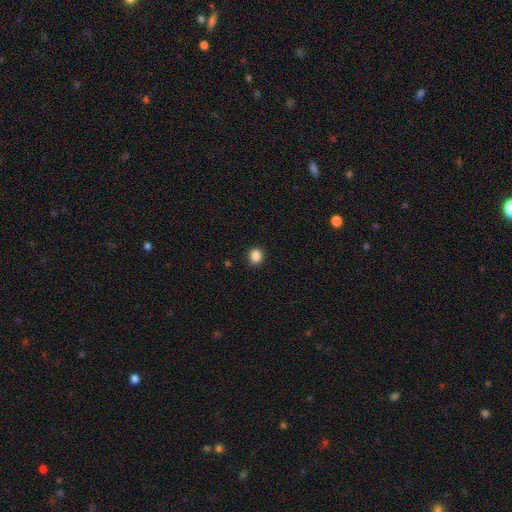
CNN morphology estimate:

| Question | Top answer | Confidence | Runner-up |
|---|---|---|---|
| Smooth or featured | smooth | 87% | star or artifact (10%) |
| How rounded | round | 67% | in between (32%) |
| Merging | none | 91% | minor disturbance (6%) |